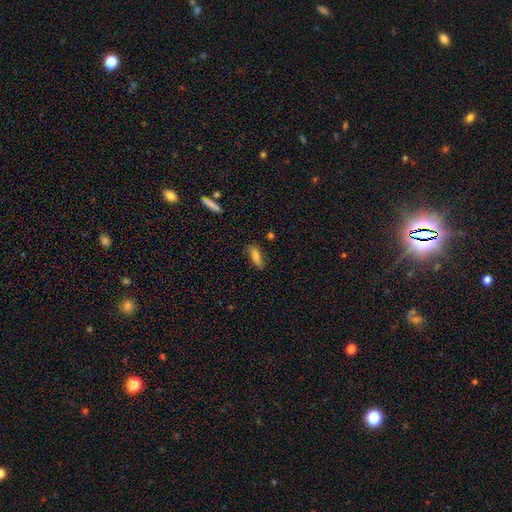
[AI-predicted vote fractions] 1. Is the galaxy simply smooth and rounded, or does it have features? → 78% smooth, 14% featured or disk, 8% star or artifact.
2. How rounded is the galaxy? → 56% in between, 42% cigar-shaped, 2% round.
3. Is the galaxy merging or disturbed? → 75% none, 18% minor disturbance, 4% major disturbance, 3% merger.